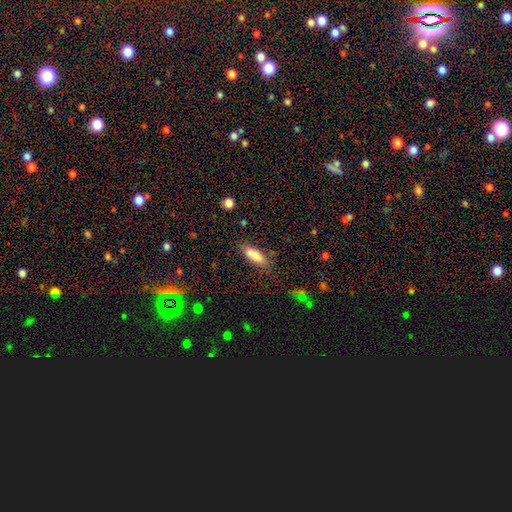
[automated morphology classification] Overall: smooth (78%). How rounded: in between (62%; cigar-shaped 36%). Merging: none (73%).